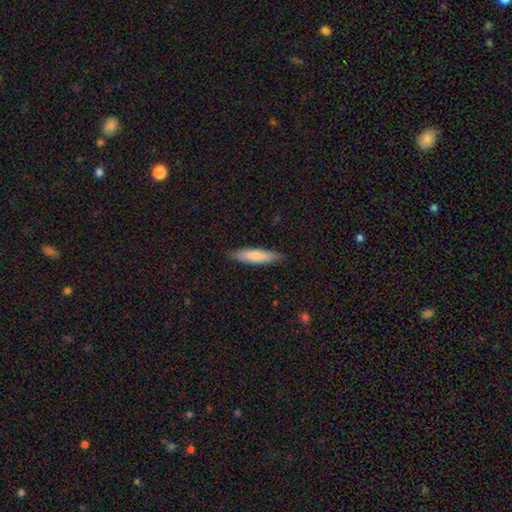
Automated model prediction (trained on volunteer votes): Q: Smooth or featured?
A: smooth (77%); runner-up: featured or disk (18%)
Q: How rounded?
A: cigar-shaped (77%); runner-up: in between (22%)
Q: Merging?
A: none (87%); runner-up: minor disturbance (11%)